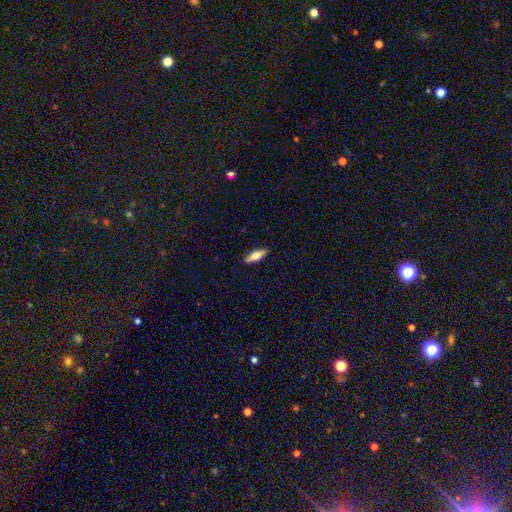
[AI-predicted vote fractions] A smooth galaxy with no disk features (64%) that is cigar-shaped (51%).

Vote fractions:
- Smooth or featured? smooth: 64% / featured or disk: 30% / star or artifact: 6%
- How rounded? cigar-shaped: 51% / in between: 47% / round: 2%
- Merging? none: 88% / minor disturbance: 9% / major disturbance: 2% / merger: 1%